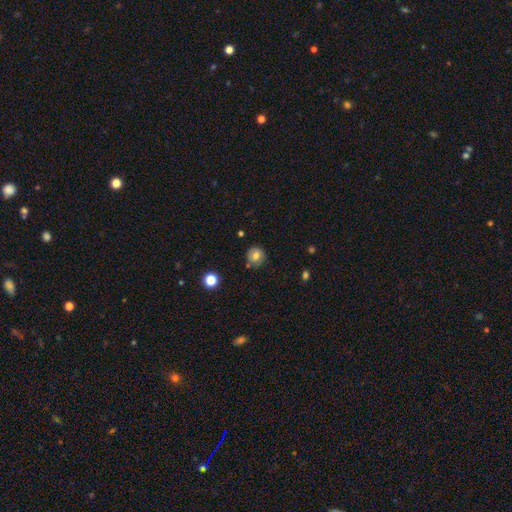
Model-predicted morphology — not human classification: Smooth or featured? Predicted: smooth (p=0.74). How rounded? Predicted: round (p=0.90). Merging? Predicted: none (p=0.82).